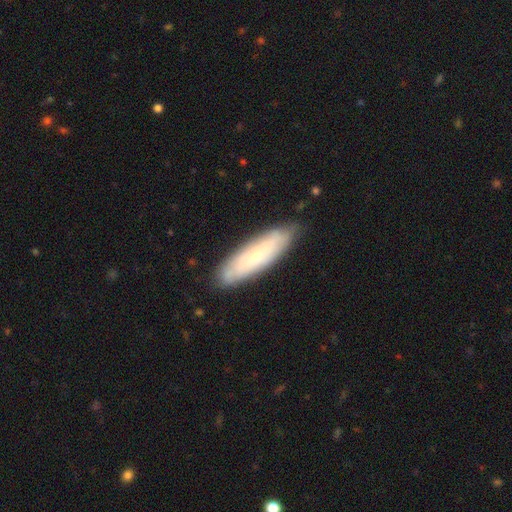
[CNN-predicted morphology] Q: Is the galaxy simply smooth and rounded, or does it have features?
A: smooth — 61%.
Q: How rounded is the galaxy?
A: cigar-shaped — 62%.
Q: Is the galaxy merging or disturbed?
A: none — 81%.